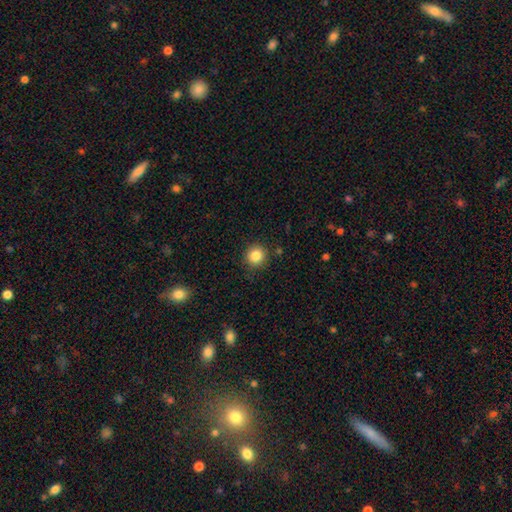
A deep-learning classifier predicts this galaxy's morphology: smooth 85%, star or artifact 10%, featured or disk 5%. Down the decision tree: how rounded — round (93%); merging — none (89%).